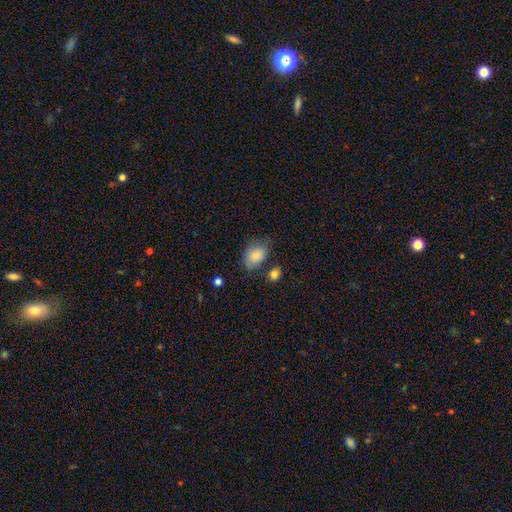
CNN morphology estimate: Smooth or featured? smooth (83%)
How rounded? in between (78%)
Merging? none (62%)